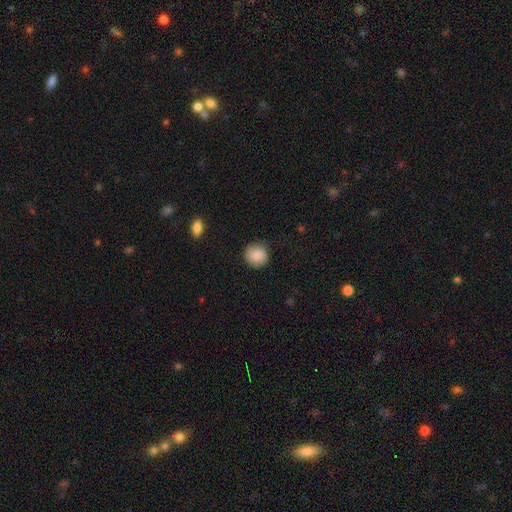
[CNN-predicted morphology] The model was most divided on "merging": none: 80%, minor disturbance: 15%, major disturbance: 4%, merger: 1%. More confident: how rounded — round (89%); smooth or featured — smooth (86%).